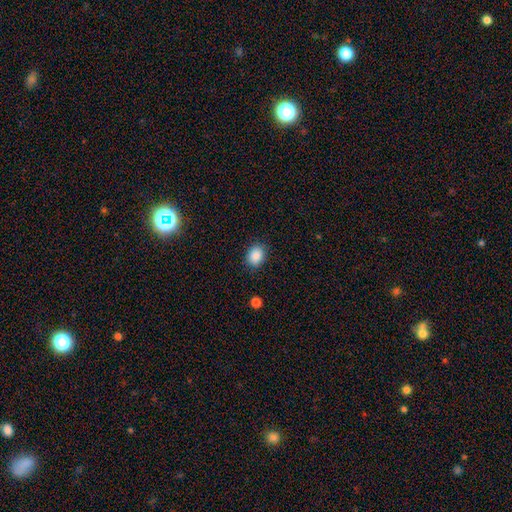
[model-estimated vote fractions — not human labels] smooth-or-featured: smooth: 87% | star or artifact: 9% | featured or disk: 4%
  how-rounded: in between: 57% | round: 42% | cigar-shaped: 1%
  merging: none: 85% | minor disturbance: 11% | major disturbance: 3% | merger: 1%